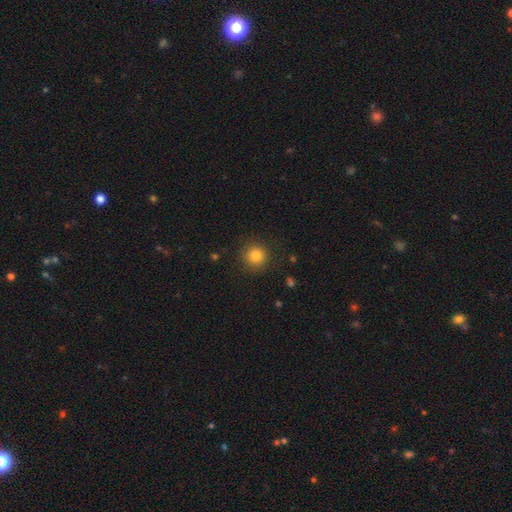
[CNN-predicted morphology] Overall: smooth (82%). How rounded: round (94%). Merging: none (88%).